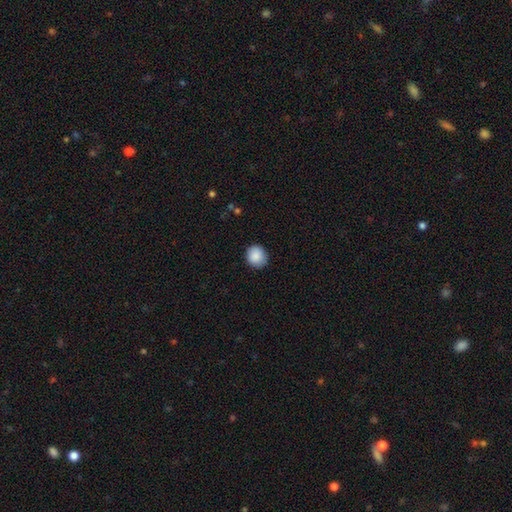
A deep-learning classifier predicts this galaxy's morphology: A smooth galaxy with no disk features (88%) that is round (85%).

Vote fractions:
- Smooth or featured? smooth: 88% / star or artifact: 8% / featured or disk: 4%
- How rounded? round: 85% / in between: 14% / cigar-shaped: 1%
- Merging? none: 87% / minor disturbance: 10% / major disturbance: 2% / merger: 1%